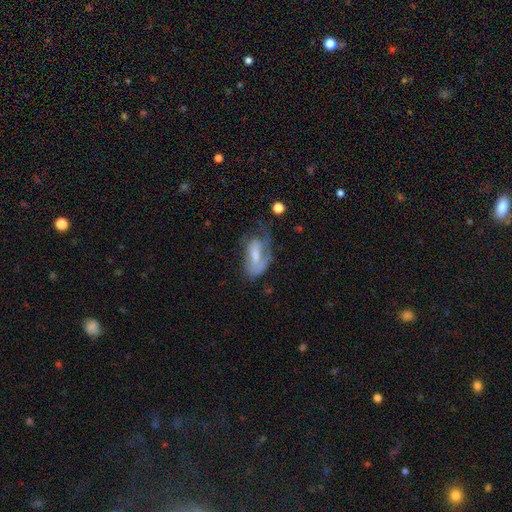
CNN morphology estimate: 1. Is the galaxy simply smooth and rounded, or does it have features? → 60% featured or disk, 33% smooth, 7% star or artifact.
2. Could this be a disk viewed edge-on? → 93% no, 7% yes.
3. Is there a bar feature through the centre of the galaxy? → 43% weak, 39% no, 18% strong.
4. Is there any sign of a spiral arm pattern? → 75% yes, 25% no.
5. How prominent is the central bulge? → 46% moderate, 38% small, 8% none, 7% large, 1% dominant.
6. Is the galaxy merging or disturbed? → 38% major disturbance, 34% none, 25% minor disturbance, 3% merger.